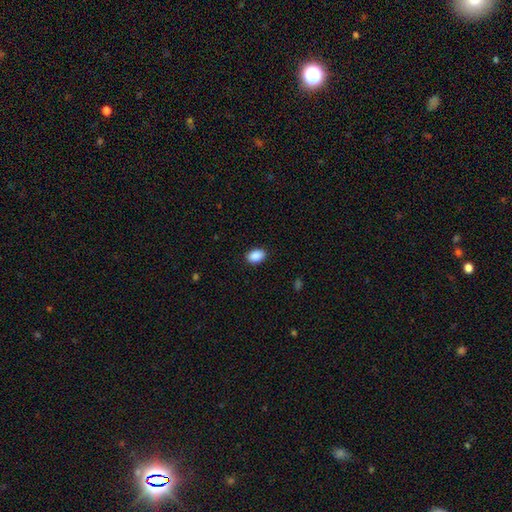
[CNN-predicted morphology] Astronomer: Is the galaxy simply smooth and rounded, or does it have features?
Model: smooth — 90%.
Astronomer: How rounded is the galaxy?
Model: in between — 85%.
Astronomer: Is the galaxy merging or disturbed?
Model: none — 89%.